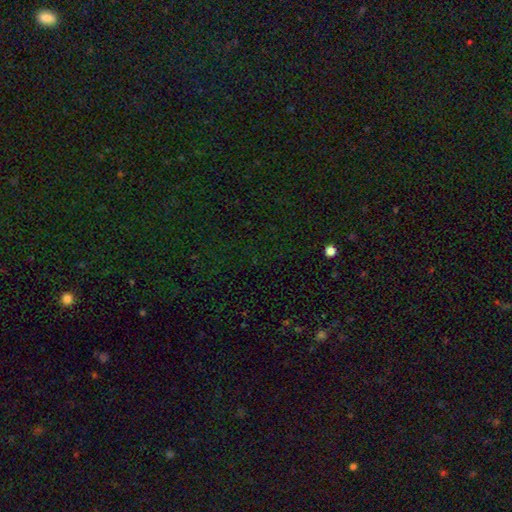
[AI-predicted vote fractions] Smooth or featured? star or artifact (75%)